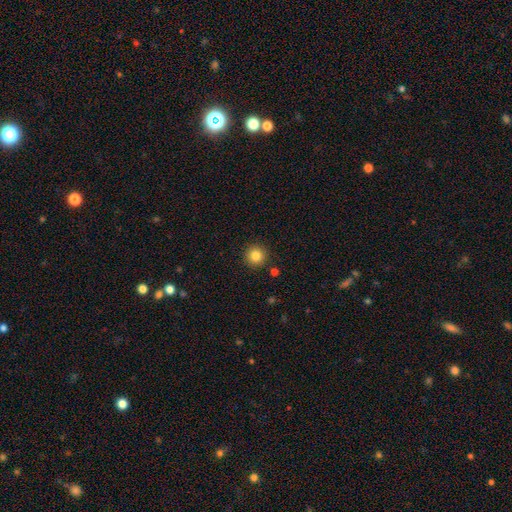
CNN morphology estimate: Smooth or featured?
  - smooth: 84% *
  - star or artifact: 11%
  - featured or disk: 5%
How rounded?
  - round: 95% *
  - in between: 4%
  - cigar-shaped: 1%
Merging?
  - none: 91% *
  - minor disturbance: 6%
  - merger: 2%
  - major disturbance: 2%